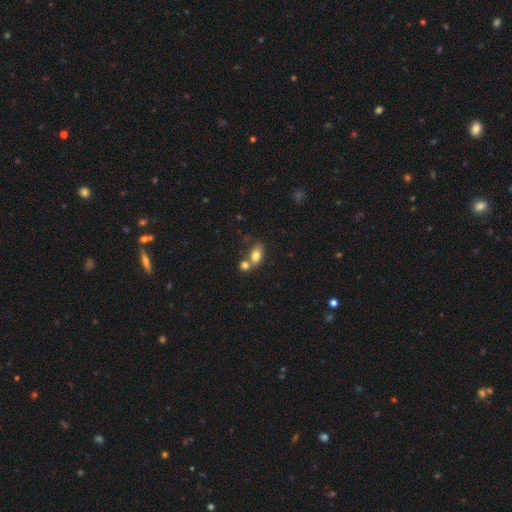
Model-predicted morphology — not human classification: Smooth or featured? Predicted: smooth (p=0.79). How rounded? Predicted: in between (p=0.81). Merging? Predicted: merger (p=0.46).